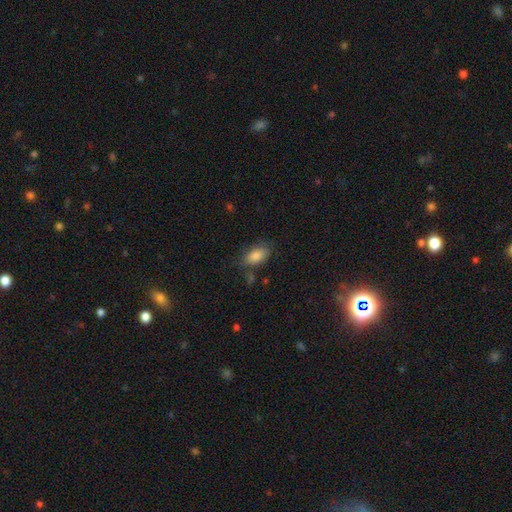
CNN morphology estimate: type=smooth (85%); roundness=in between (91%); merging=none (73%).